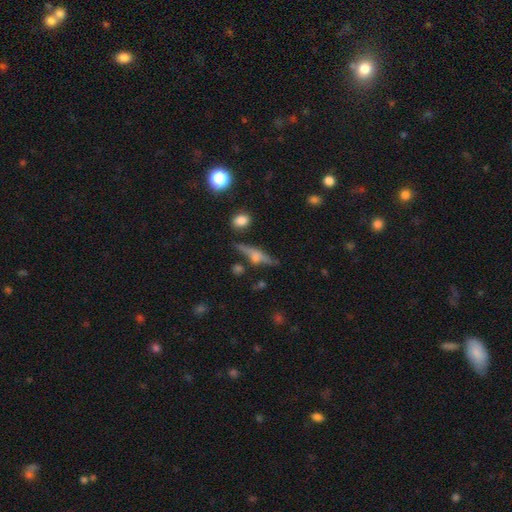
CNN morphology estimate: A featured or disk galaxy (64%) viewed edge-on (94%) with a rounded central bulge (78%).

Vote fractions:
- Smooth or featured? featured or disk: 64% / smooth: 26% / star or artifact: 10%
- Edge-on disk? yes: 94% / no: 6%
- Edge-on bulge? rounded: 78% / boxy: 16% / none: 6%
- Merging? none: 74% / minor disturbance: 15% / merger: 6% / major disturbance: 5%